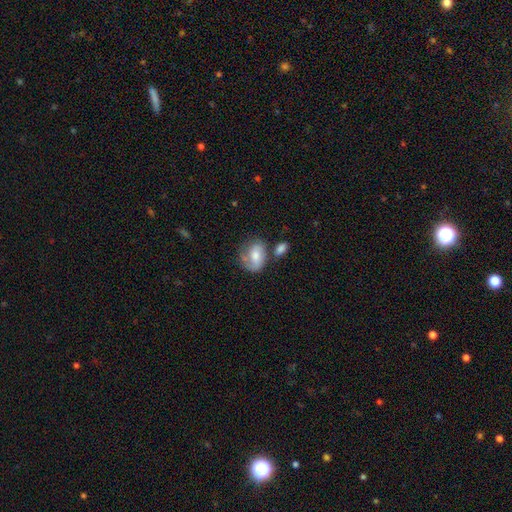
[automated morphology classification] Q: Smooth or featured?
A: smooth (55%); runner-up: featured or disk (37%)
Q: How rounded?
A: in between (67%); runner-up: round (31%)
Q: Merging?
A: none (44%); runner-up: minor disturbance (24%)